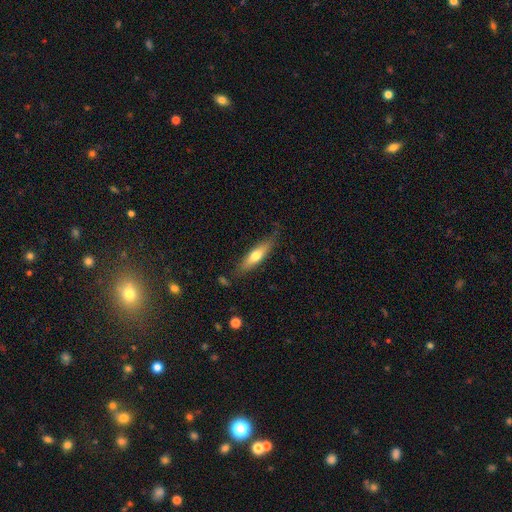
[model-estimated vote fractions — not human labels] The model was most divided on "smooth or featured": smooth: 59%, featured or disk: 35%, star or artifact: 6%. More confident: merging — none (76%); how rounded — cigar-shaped (70%).